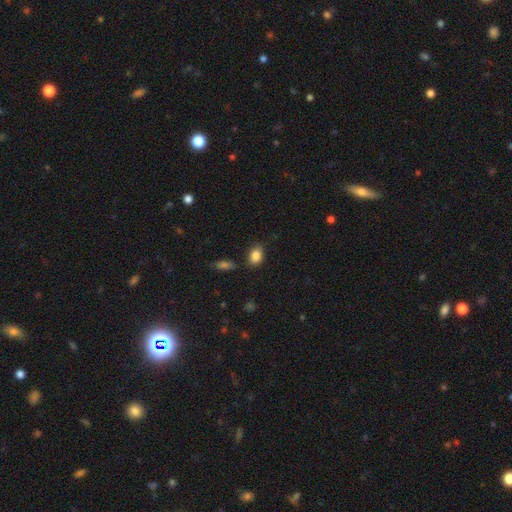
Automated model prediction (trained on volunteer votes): Smooth or featured?
  - smooth: 85% *
  - star or artifact: 9%
  - featured or disk: 6%
How rounded?
  - in between: 77% *
  - round: 21%
  - cigar-shaped: 2%
Merging?
  - none: 79% *
  - minor disturbance: 14%
  - merger: 3%
  - major disturbance: 3%